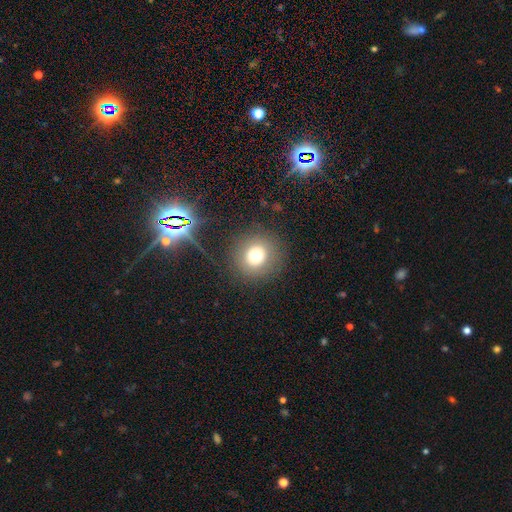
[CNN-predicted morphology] A smooth galaxy with no disk features (70%) that is round (92%). Merging: none (86%).